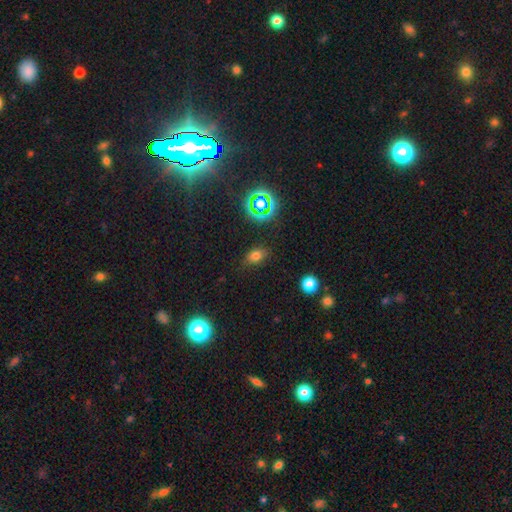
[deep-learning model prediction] Smooth or featured?
  - smooth: 70% *
  - star or artifact: 21%
  - featured or disk: 9%
How rounded?
  - in between: 79% *
  - round: 19%
  - cigar-shaped: 2%
Merging?
  - none: 80% *
  - minor disturbance: 14%
  - major disturbance: 4%
  - merger: 2%